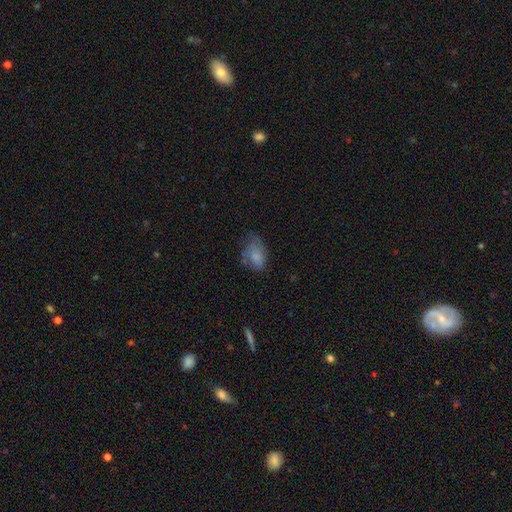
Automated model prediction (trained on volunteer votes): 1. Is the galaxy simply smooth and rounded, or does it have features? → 73% smooth, 18% featured or disk, 10% star or artifact.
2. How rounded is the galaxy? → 88% in between, 10% round, 2% cigar-shaped.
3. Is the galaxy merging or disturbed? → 43% none, 33% minor disturbance, 21% major disturbance, 3% merger.